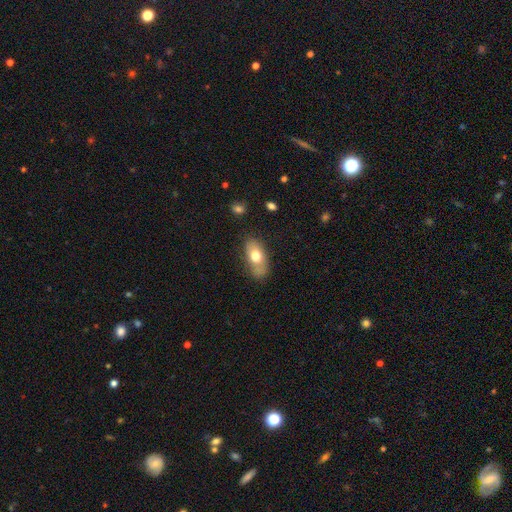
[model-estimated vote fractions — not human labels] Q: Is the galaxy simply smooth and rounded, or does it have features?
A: smooth — 70%.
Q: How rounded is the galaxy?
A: in between — 89%.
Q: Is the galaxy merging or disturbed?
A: none — 64%.